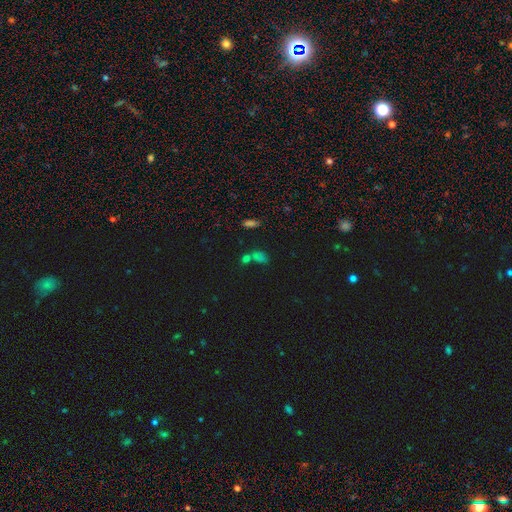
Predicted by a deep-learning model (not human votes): Overall: smooth (48%; star or artifact 41%). Merging: none (47%; merger 33%).